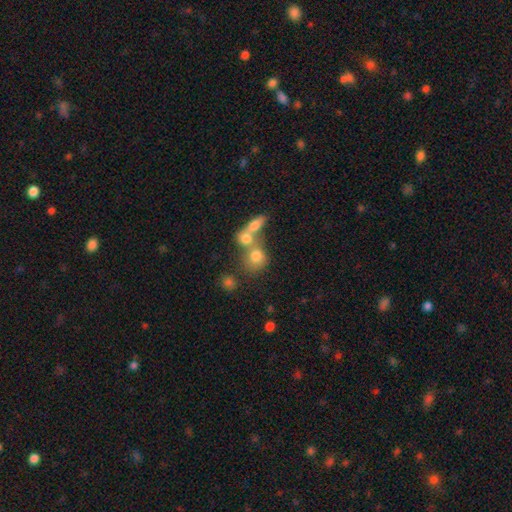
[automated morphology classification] A smooth galaxy with no disk features (69%) that is round (64%). Merging: merger (55%).